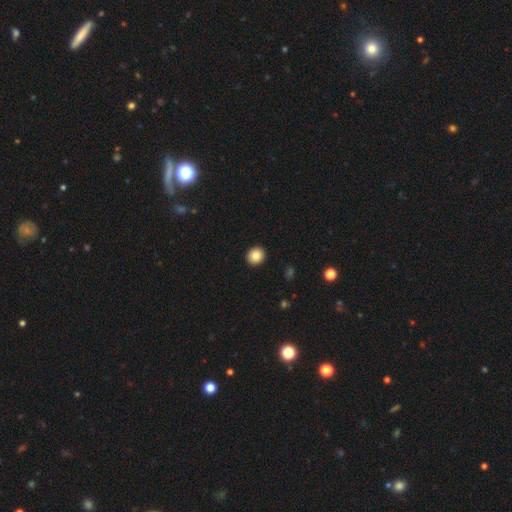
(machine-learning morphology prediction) A smooth galaxy with no disk features (84%) that is round (83%). Merging: none (93%).